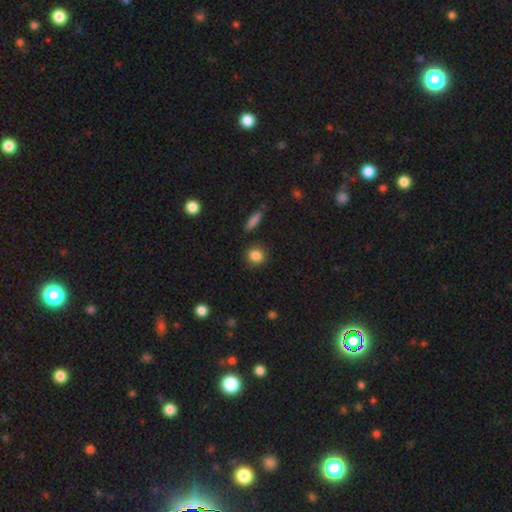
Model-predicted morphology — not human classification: smooth_or_featured: smooth (p=0.86) [alt: star or artifact p=0.09]
how_rounded: round (p=0.80) [alt: in between p=0.18]
merging: none (p=0.87) [alt: minor disturbance p=0.09]